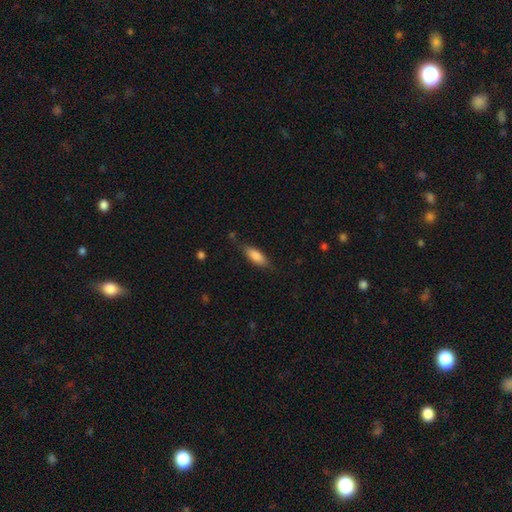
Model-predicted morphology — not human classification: Smooth or featured? Predicted: smooth (p=0.81). How rounded? Predicted: in between (p=0.71). Merging? Predicted: none (p=0.71).